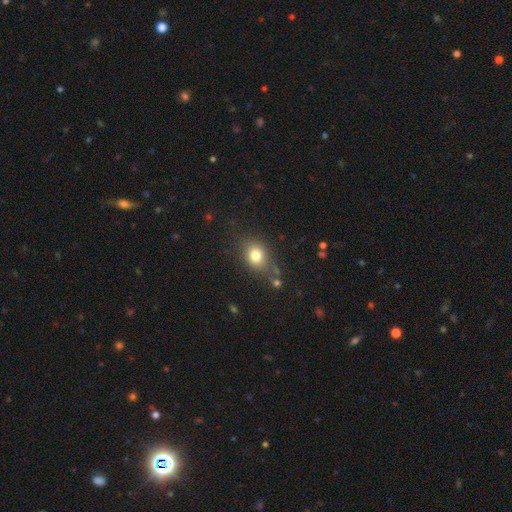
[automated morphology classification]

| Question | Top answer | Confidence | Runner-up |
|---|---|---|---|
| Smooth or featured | smooth | 79% | star or artifact (11%) |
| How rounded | round | 51% | in between (47%) |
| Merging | none | 70% | minor disturbance (18%) |